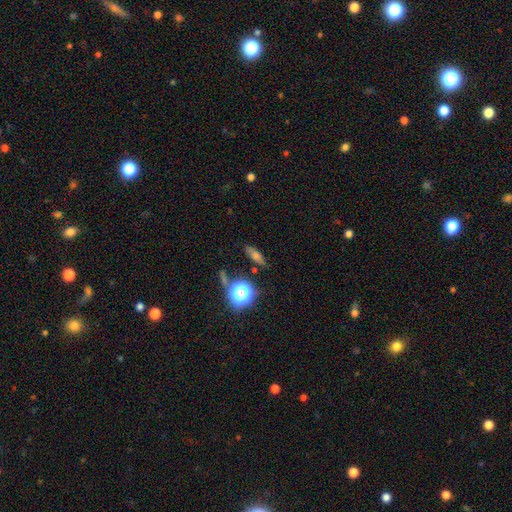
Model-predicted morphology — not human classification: Smooth or featured?
  - smooth: 44% *
  - star or artifact: 28%
  - featured or disk: 28%
Merging?
  - none: 82% *
  - minor disturbance: 11%
  - major disturbance: 4%
  - merger: 3%